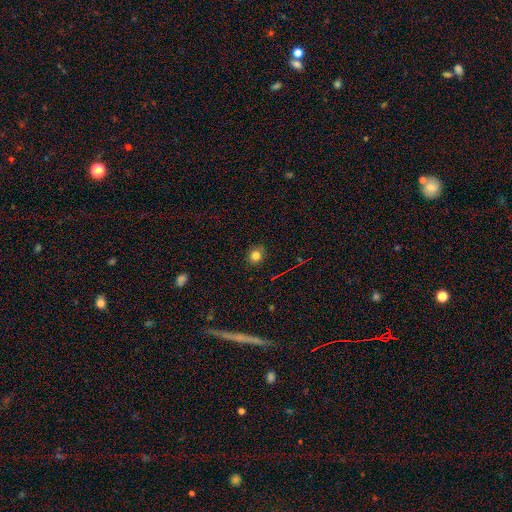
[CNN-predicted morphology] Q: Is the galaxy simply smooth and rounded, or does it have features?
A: smooth — 79%.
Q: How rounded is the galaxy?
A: round — 80%.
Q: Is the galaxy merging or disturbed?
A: none — 88%.